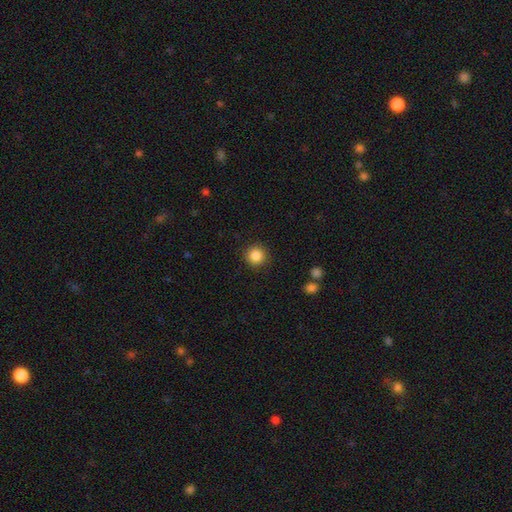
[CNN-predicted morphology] Overall: smooth (86%). How rounded: round (94%). Merging: none (91%).